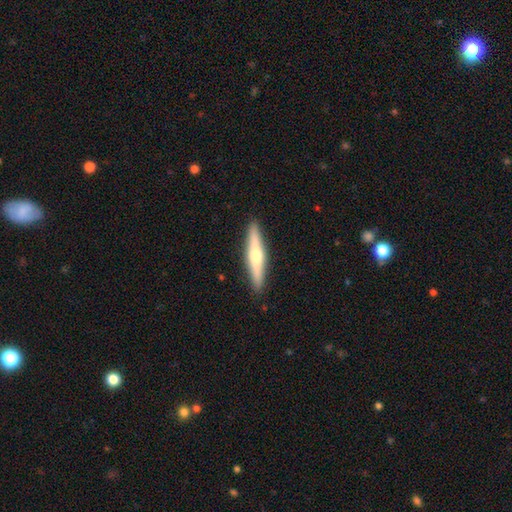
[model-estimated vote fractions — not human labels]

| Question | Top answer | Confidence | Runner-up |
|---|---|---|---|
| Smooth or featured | featured or disk | 57% | smooth (38%) |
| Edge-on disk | yes | 95% | no (5%) |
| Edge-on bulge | rounded | 89% | none (7%) |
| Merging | none | 91% | minor disturbance (6%) |